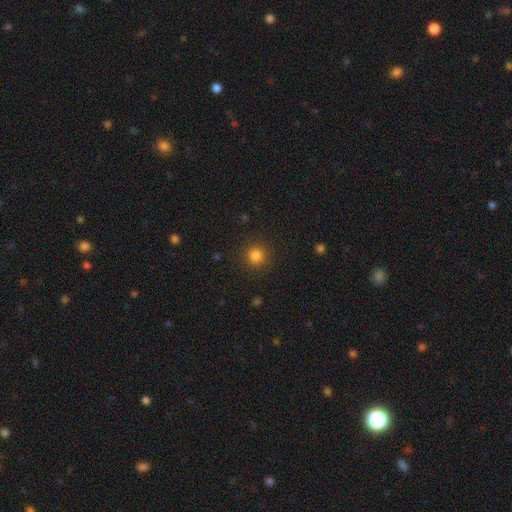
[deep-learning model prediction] smooth-or-featured: smooth: 83% | star or artifact: 13% | featured or disk: 4%
  how-rounded: round: 94% | in between: 5% | cigar-shaped: 1%
  merging: none: 90% | minor disturbance: 6% | major disturbance: 3% | merger: 1%